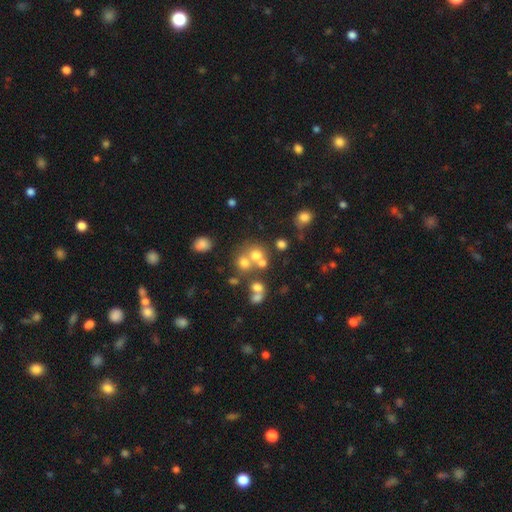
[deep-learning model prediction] A star or artifact, not a galaxy (46%).

Vote fractions:
- Smooth or featured? star or artifact: 46% / smooth: 38% / featured or disk: 16%